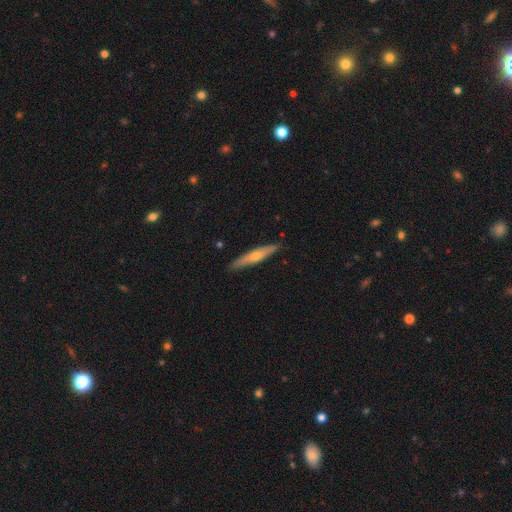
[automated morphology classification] smooth-or-featured: featured or disk: 52% | smooth: 42% | star or artifact: 6%
  disk-edge-on: yes: 90% | no: 10%
  merging: none: 88% | minor disturbance: 9% | major disturbance: 1% | merger: 1%